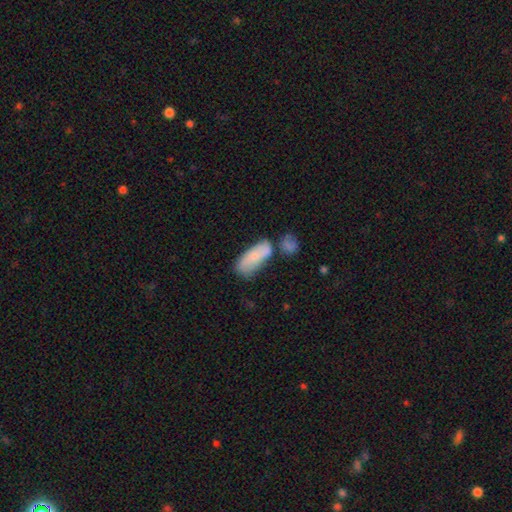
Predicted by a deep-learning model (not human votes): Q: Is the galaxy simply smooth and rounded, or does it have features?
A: smooth — 76%.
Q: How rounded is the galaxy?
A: in between — 78%.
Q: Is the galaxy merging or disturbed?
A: none — 41%.